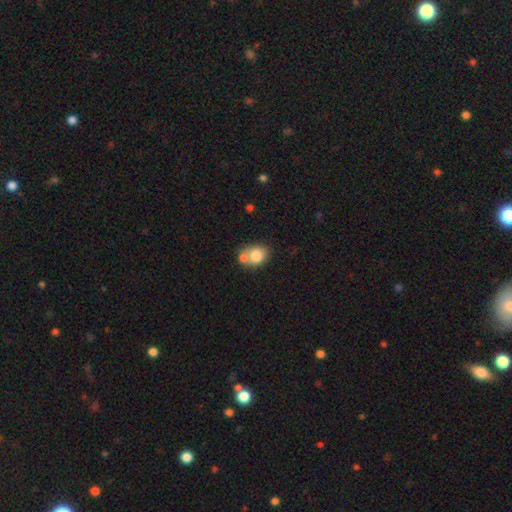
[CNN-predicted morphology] Smooth or featured?
  - smooth: 78% *
  - featured or disk: 13%
  - star or artifact: 9%
How rounded?
  - round: 52% *
  - in between: 47%
  - cigar-shaped: 1%
Merging?
  - none: 43% *
  - merger: 40%
  - minor disturbance: 12%
  - major disturbance: 4%